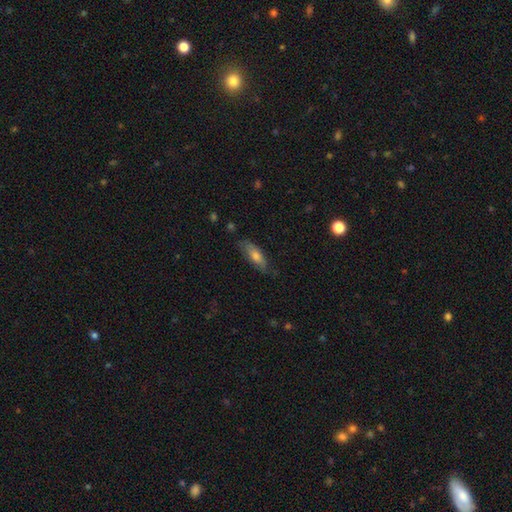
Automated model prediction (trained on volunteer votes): The model was most divided on "how rounded": in between: 59%, cigar-shaped: 38%, round: 2%. More confident: merging — none (73%); smooth or featured — smooth (63%).